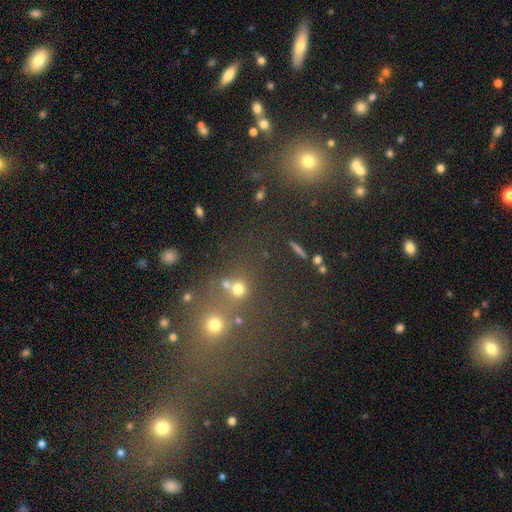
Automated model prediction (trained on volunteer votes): Smooth or featured? Predicted: smooth (p=0.46). Merging? Predicted: none (p=0.61).